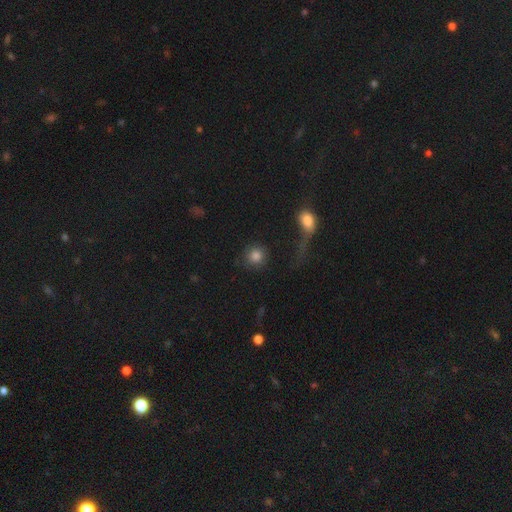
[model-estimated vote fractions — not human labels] This is clearly a smooth galaxy (82%). How rounded: clearly round (90%). Merging: likely none (68%).